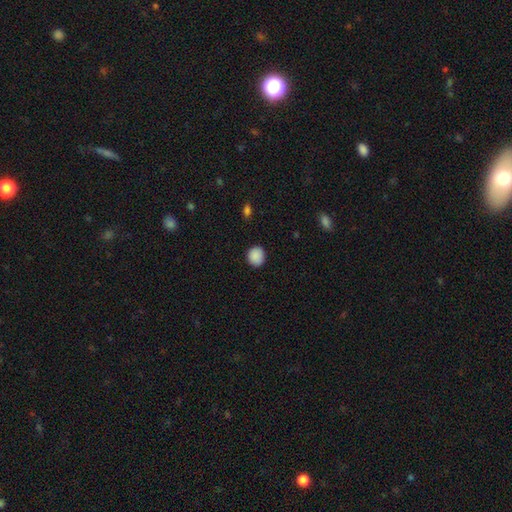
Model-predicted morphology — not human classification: Smooth or featured: smooth — 89% (star or artifact — 8%)
How rounded: round — 86% (in between — 13%)
Merging: none — 89% (minor disturbance — 8%)